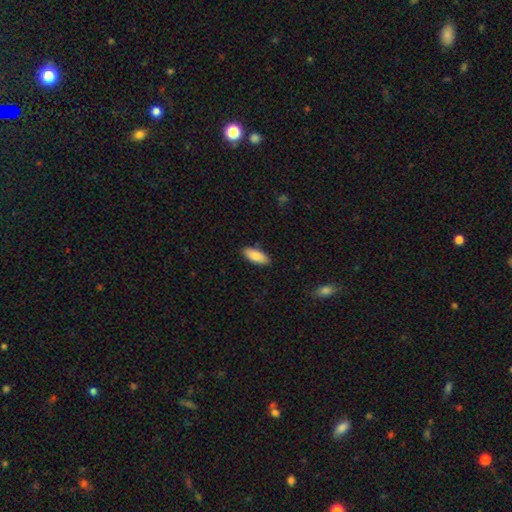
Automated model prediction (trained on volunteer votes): This is clearly a smooth galaxy (86%). How rounded: clearly in between (81%). Merging: clearly none (88%).